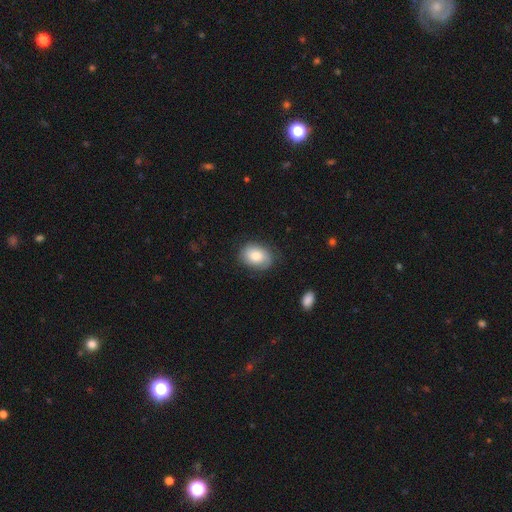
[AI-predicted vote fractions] The model was most divided on "how rounded": in between: 71%, round: 28%, cigar-shaped: 1%. More confident: smooth or featured — smooth (76%); merging — none (75%).